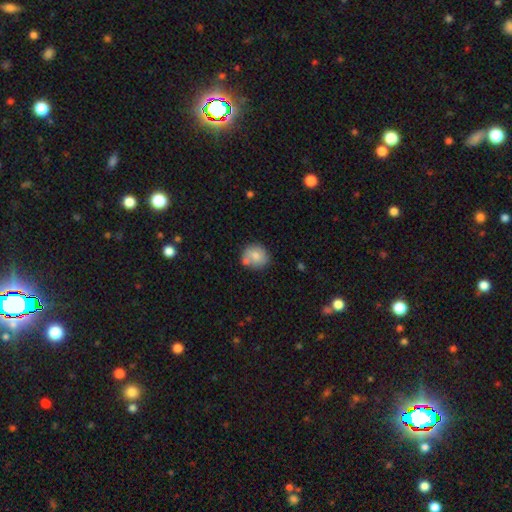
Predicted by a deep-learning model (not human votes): This appears to be a smooth galaxy with no disk features (77%) that is round (80%). Merging: none (60%).